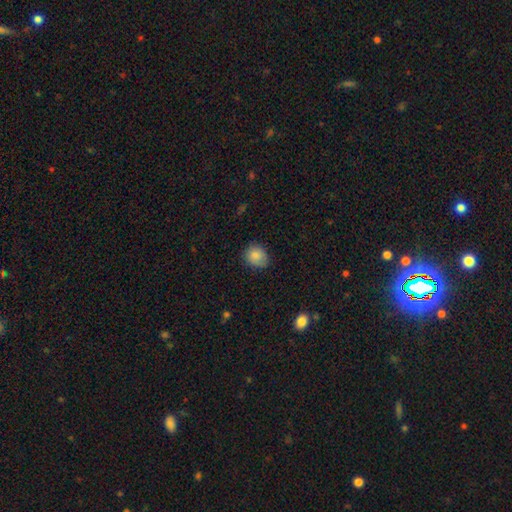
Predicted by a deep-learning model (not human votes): smooth_or_featured: smooth (p=0.81) [alt: featured or disk p=0.10]
how_rounded: round (p=0.65) [alt: in between p=0.34]
merging: none (p=0.69) [alt: minor disturbance p=0.25]